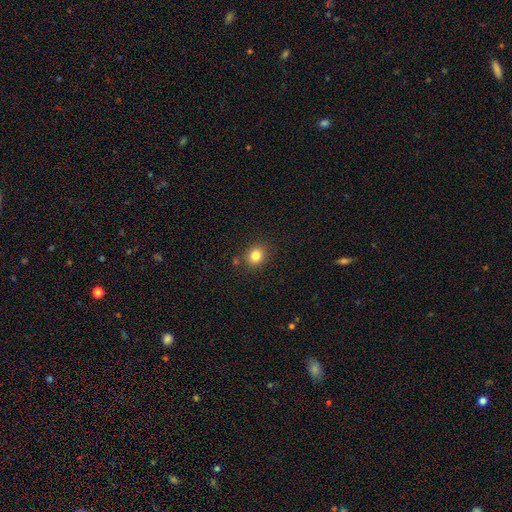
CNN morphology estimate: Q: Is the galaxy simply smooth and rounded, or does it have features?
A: smooth — 82%.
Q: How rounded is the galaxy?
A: round — 73%.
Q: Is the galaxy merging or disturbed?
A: none — 83%.